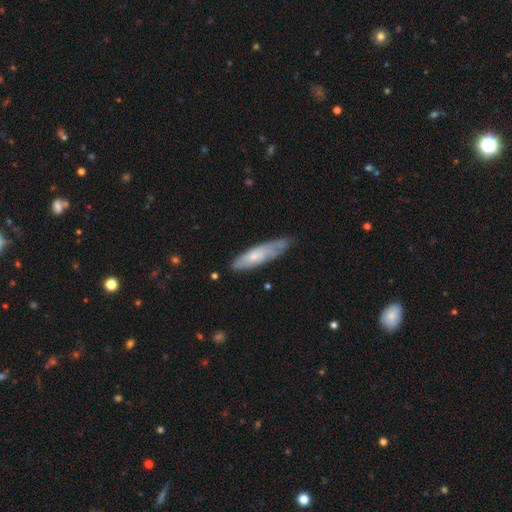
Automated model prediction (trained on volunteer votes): Overall: smooth (56%; featured or disk 39%). How rounded: cigar-shaped (69%; in between 30%). Merging: none (57%; minor disturbance 33%).